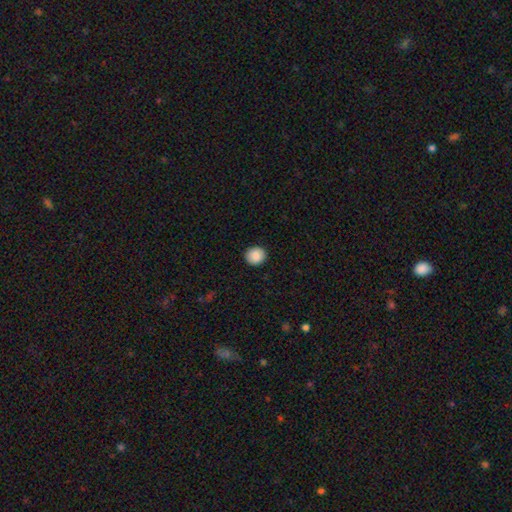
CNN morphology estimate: The model was most divided on "how rounded": round: 90%, in between: 9%, cigar-shaped: 1%. More confident: merging — none (92%); smooth or featured — smooth (88%).